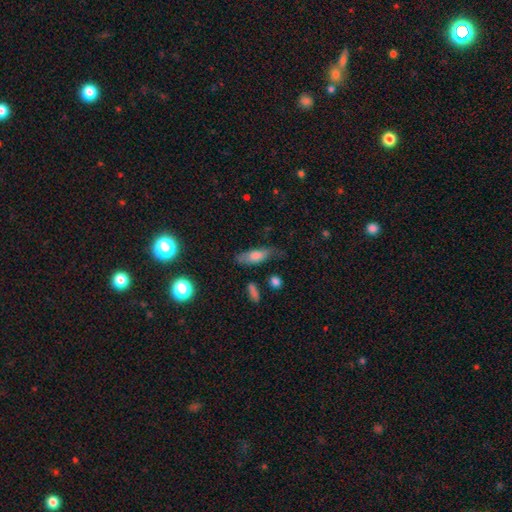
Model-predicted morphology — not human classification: A smooth galaxy with no disk features (63%) that is in between round and cigar-shaped (59%).

Vote fractions:
- Smooth or featured? smooth: 63% / featured or disk: 25% / star or artifact: 11%
- How rounded? in between: 59% / cigar-shaped: 36% / round: 5%
- Merging? none: 63% / minor disturbance: 25% / major disturbance: 9% / merger: 3%